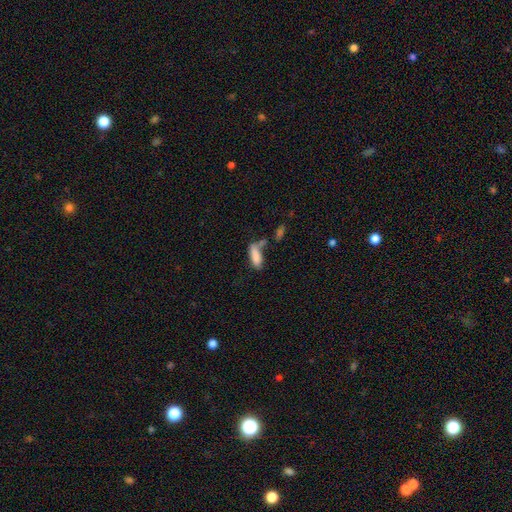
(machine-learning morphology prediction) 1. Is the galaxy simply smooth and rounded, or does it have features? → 83% smooth, 9% featured or disk, 8% star or artifact.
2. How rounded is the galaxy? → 62% in between, 36% cigar-shaped, 2% round.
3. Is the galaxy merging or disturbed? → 47% none, 23% merger, 21% minor disturbance, 9% major disturbance.